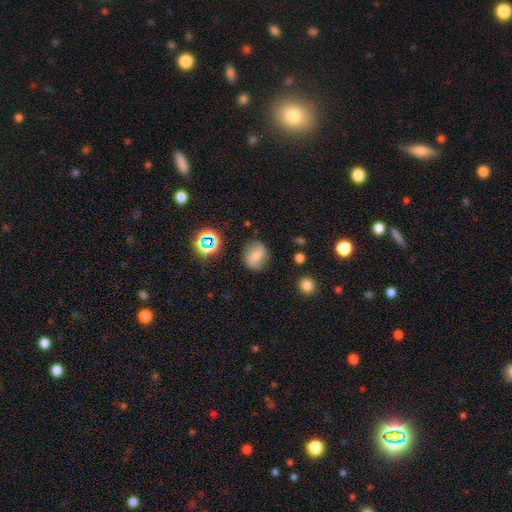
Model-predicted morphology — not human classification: smooth-or-featured: smooth: 47% | featured or disk: 40% | star or artifact: 13%
  merging: none: 78% | minor disturbance: 15% | major disturbance: 5% | merger: 2%